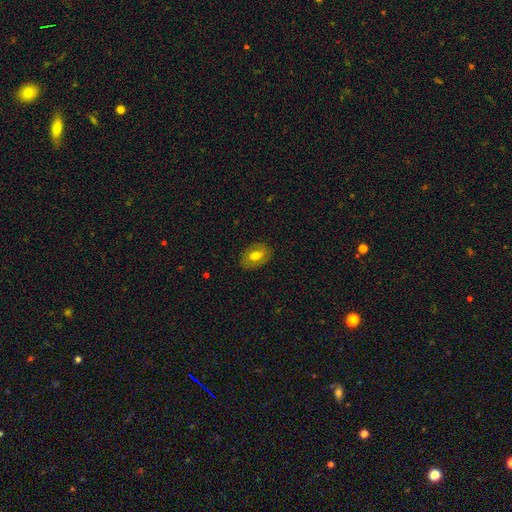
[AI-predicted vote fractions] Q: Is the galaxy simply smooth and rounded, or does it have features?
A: smooth — 62%.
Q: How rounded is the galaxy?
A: in between — 79%.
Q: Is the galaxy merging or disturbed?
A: none — 84%.